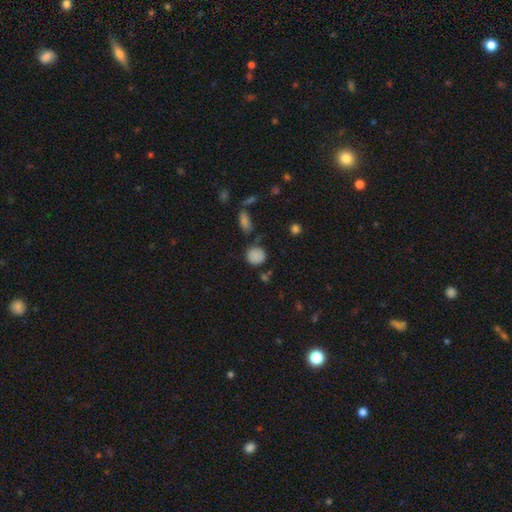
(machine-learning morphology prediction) Overall: smooth (84%). How rounded: round (84%). Merging: none (69%).